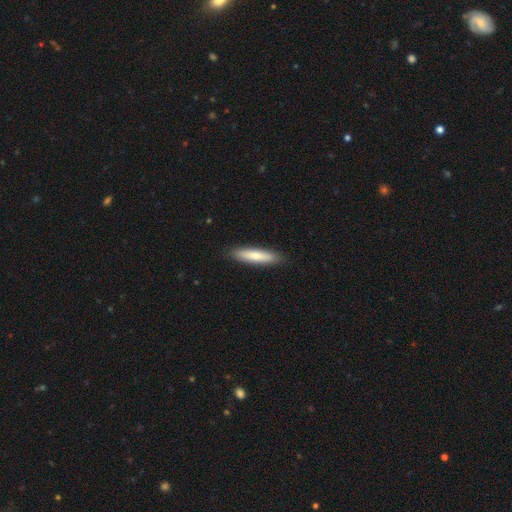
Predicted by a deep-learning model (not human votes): smooth_or_featured: smooth (p=0.74) [alt: featured or disk p=0.20]
how_rounded: cigar-shaped (p=0.81) [alt: in between p=0.18]
merging: none (p=0.89) [alt: minor disturbance p=0.08]